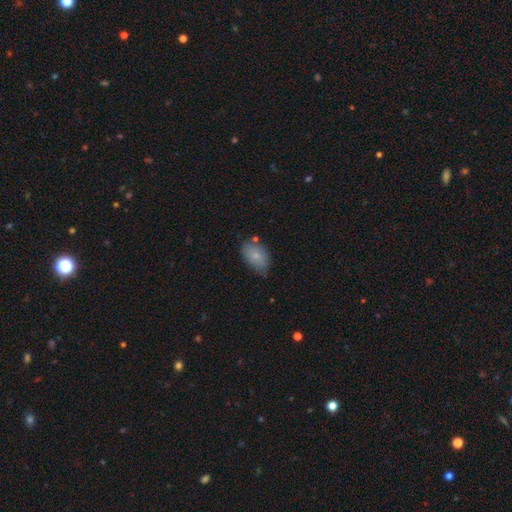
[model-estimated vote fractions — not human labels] Smooth or featured?
  - smooth: 79% *
  - featured or disk: 13%
  - star or artifact: 8%
How rounded?
  - in between: 88% *
  - round: 10%
  - cigar-shaped: 2%
Merging?
  - none: 60% *
  - minor disturbance: 29%
  - major disturbance: 6%
  - merger: 5%